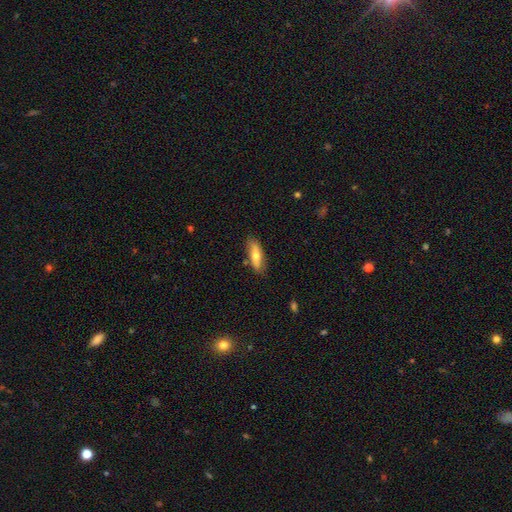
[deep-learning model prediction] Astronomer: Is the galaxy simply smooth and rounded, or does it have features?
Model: smooth — 66%.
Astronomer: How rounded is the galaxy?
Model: in between — 61% (runner-up: cigar-shaped, 36%).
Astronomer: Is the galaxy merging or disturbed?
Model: none — 82%.